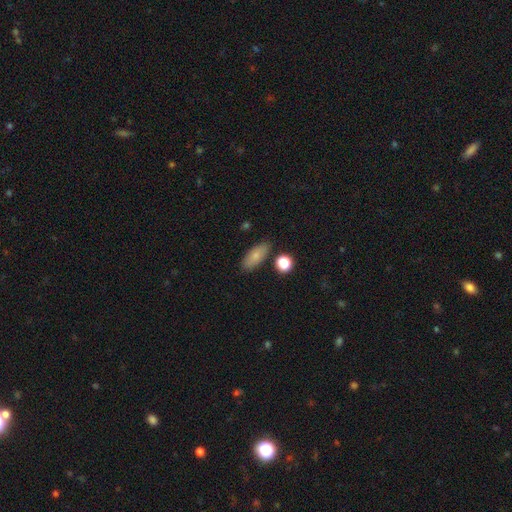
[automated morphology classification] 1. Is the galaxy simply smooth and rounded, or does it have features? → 81% smooth, 11% featured or disk, 8% star or artifact.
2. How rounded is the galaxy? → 78% in between, 18% cigar-shaped, 4% round.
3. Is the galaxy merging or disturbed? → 81% none, 12% minor disturbance, 4% merger, 3% major disturbance.